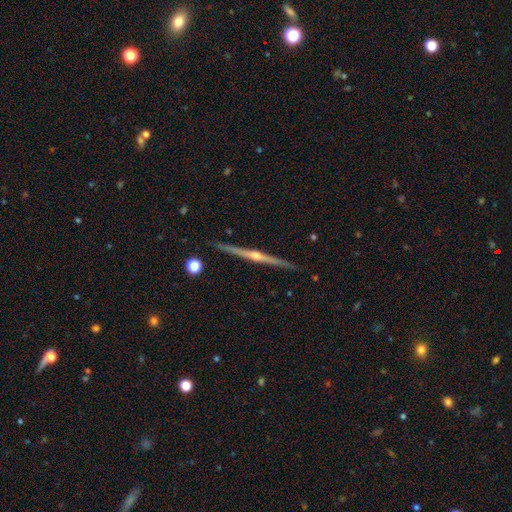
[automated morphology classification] The model was most divided on "smooth or featured": featured or disk: 86%, smooth: 9%, star or artifact: 5%. More confident: edge-on disk — yes (99%); merging — none (93%); edge-on bulge — rounded (90%).